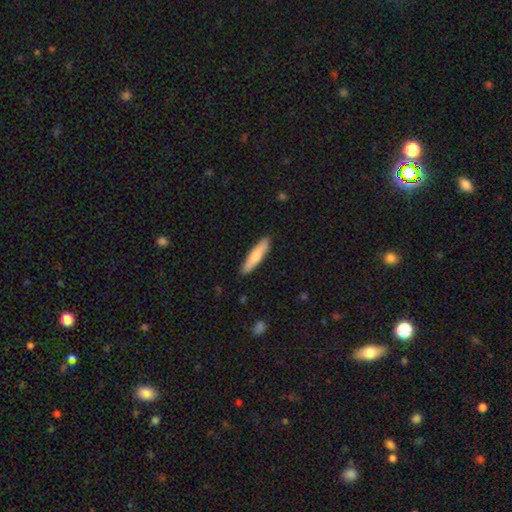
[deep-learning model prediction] smooth-or-featured: smooth: 72% | featured or disk: 23% | star or artifact: 5%
  how-rounded: cigar-shaped: 81% | in between: 18% | round: 1%
  merging: none: 89% | minor disturbance: 8% | major disturbance: 2% | merger: 1%